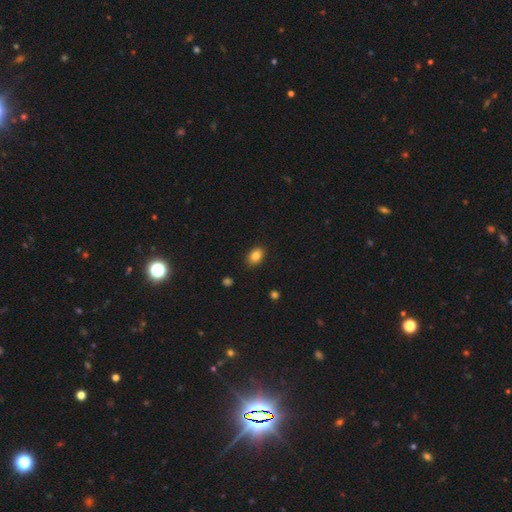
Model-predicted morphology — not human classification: This is clearly a smooth galaxy (85%). How rounded: likely in between (77%). Merging: clearly none (88%).